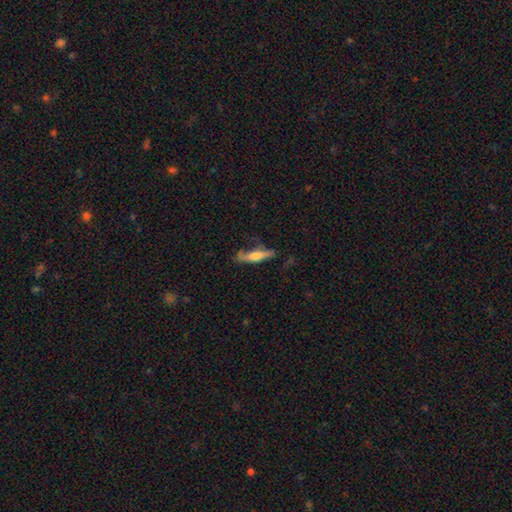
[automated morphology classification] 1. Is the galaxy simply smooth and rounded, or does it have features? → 51% smooth, 42% featured or disk, 6% star or artifact.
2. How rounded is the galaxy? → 78% cigar-shaped, 20% in between, 2% round.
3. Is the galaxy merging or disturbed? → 63% none, 24% minor disturbance, 11% major disturbance, 3% merger.